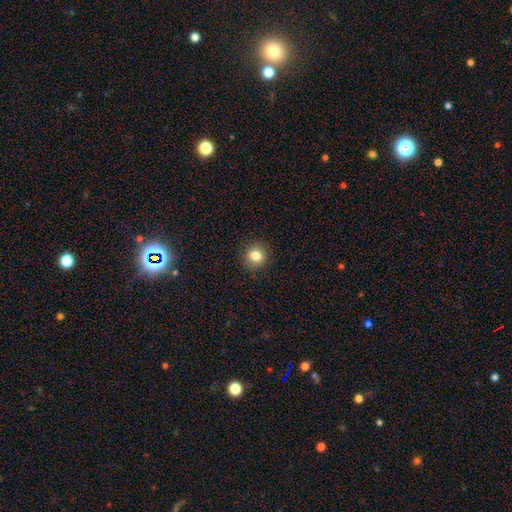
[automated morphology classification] Overall: smooth (82%). How rounded: round (90%). Merging: none (91%).